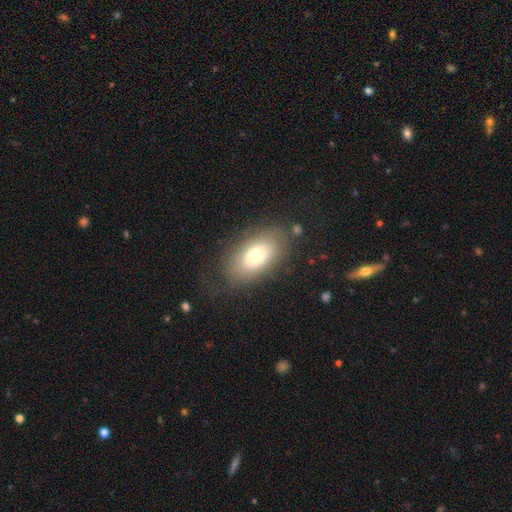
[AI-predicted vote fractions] smooth-or-featured: smooth: 70% | featured or disk: 22% | star or artifact: 9%
  how-rounded: in between: 91% | round: 7% | cigar-shaped: 2%
  merging: none: 76% | minor disturbance: 15% | major disturbance: 7% | merger: 2%